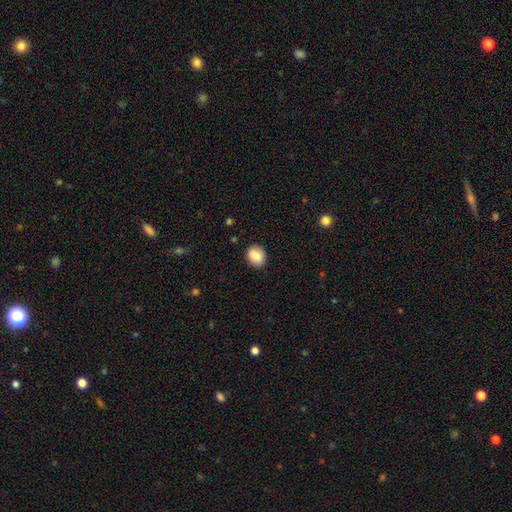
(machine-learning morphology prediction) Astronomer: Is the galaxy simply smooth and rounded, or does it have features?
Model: smooth — 87%.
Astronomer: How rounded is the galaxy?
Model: round — 54% (runner-up: in between, 45%).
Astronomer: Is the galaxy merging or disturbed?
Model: none — 86%.